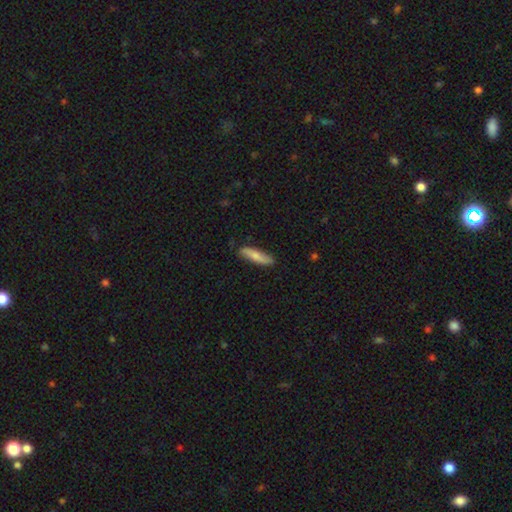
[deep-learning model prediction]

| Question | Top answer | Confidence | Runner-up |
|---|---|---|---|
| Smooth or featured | smooth | 71% | featured or disk (24%) |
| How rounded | cigar-shaped | 78% | in between (21%) |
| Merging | none | 82% | minor disturbance (14%) |